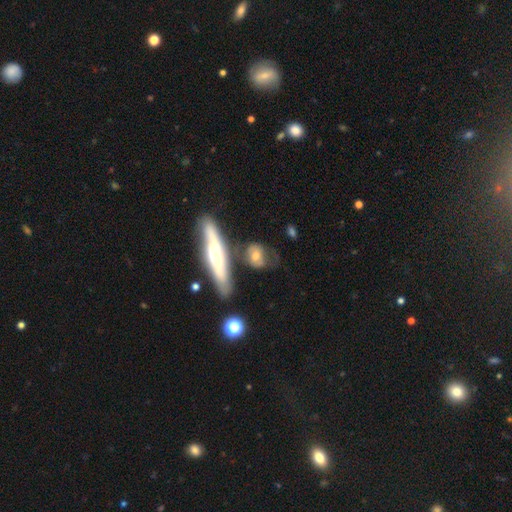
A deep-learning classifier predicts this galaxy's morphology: Q: Smooth or featured?
A: smooth (55%); runner-up: featured or disk (38%)
Q: How rounded?
A: in between (49%); runner-up: round (33%)
Q: Merging?
A: none (54%); runner-up: minor disturbance (22%)